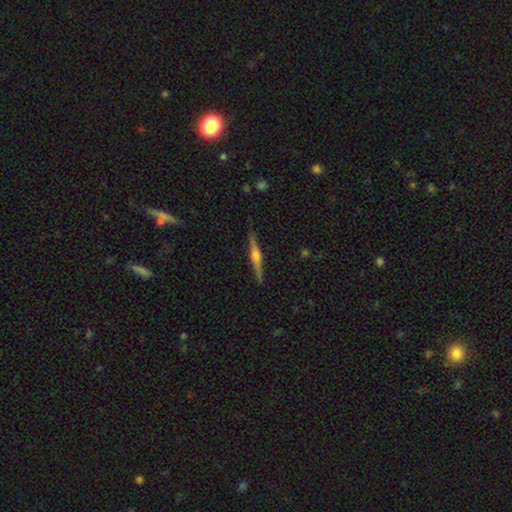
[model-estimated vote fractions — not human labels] Q: Smooth or featured?
A: featured or disk (76%); runner-up: smooth (18%)
Q: Edge-on disk?
A: yes (98%); runner-up: no (2%)
Q: Edge-on bulge?
A: rounded (87%); runner-up: boxy (9%)
Q: Merging?
A: none (90%); runner-up: minor disturbance (7%)